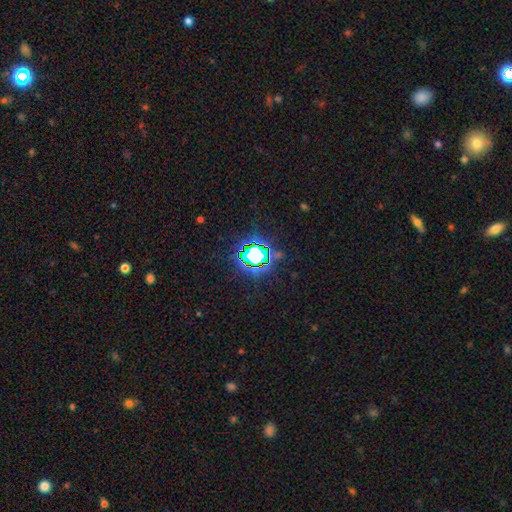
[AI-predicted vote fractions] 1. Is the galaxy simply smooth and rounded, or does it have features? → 73% star or artifact, 17% smooth, 11% featured or disk.